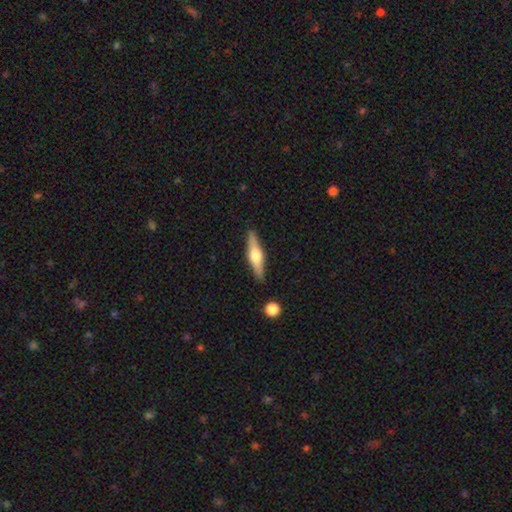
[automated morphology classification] A featured or disk galaxy (58%) viewed edge-on (95%) with a rounded central bulge (93%). Merging: none (89%).